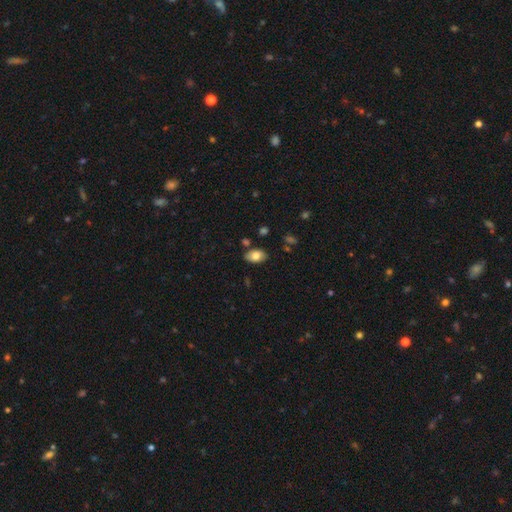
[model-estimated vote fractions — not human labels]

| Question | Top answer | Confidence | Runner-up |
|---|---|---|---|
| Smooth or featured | smooth | 77% | featured or disk (16%) |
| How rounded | in between | 91% | round (8%) |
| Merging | none | 81% | minor disturbance (12%) |